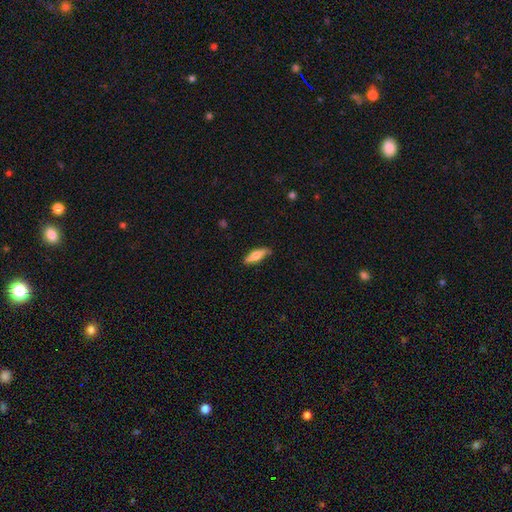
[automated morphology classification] The model was most divided on "how rounded": cigar-shaped: 56%, in between: 42%, round: 2%. More confident: merging — none (84%); smooth or featured — smooth (60%).